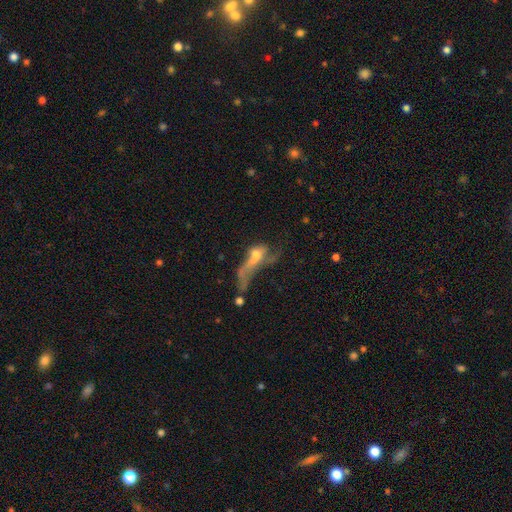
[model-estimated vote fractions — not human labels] A featured or disk galaxy (51%).

Vote fractions:
- Smooth or featured? featured or disk: 51% / smooth: 35% / star or artifact: 14%
- Edge-on disk? no: 81% / yes: 19%
- Merging? major disturbance: 52% / merger: 21% / none: 17% / minor disturbance: 11%